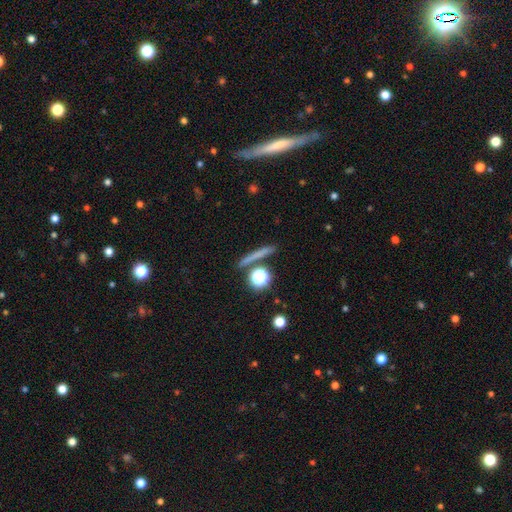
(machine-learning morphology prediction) A smooth galaxy with no disk features (56%) that is cigar-shaped (66%).

Vote fractions:
- Smooth or featured? smooth: 56% / featured or disk: 25% / star or artifact: 19%
- How rounded? cigar-shaped: 66% / round: 24% / in between: 10%
- Merging? none: 81% / minor disturbance: 8% / merger: 8% / major disturbance: 3%